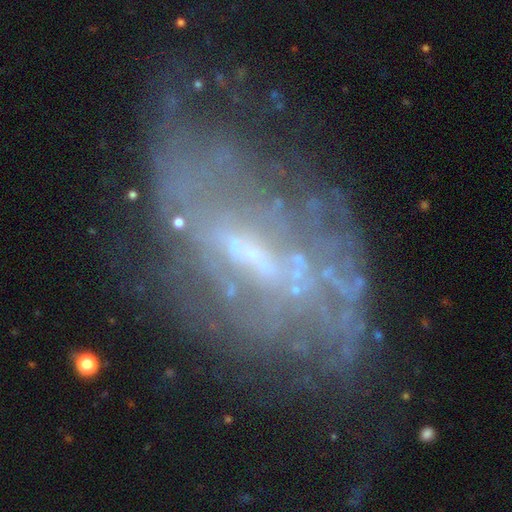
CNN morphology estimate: Overall: featured or disk (75%). Edge-on disk: no (92%). Bar: weak (48%; strong 26%). Spiral arms: yes (59%; no 41%). Bulge size: small (41%; moderate 35%). Merging: none (49%; major disturbance 24%).